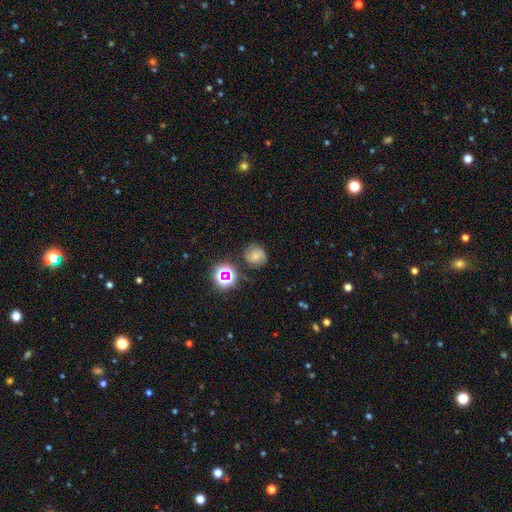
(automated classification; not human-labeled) A featured or disk galaxy (44%).

Vote fractions:
- Smooth or featured? featured or disk: 44% / smooth: 39% / star or artifact: 17%
- Merging? none: 73% / minor disturbance: 17% / major disturbance: 6% / merger: 4%